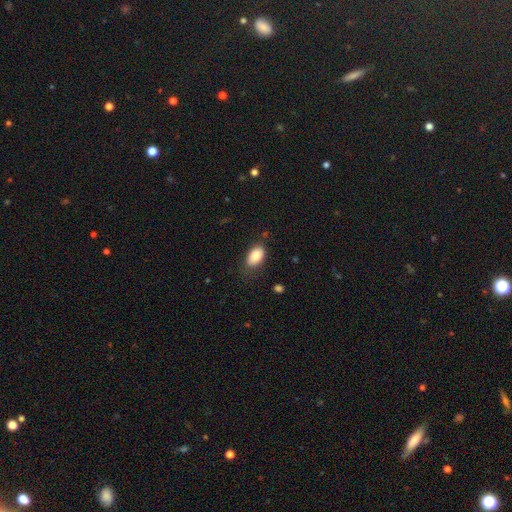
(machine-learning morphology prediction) smooth_or_featured: smooth (p=0.84) [alt: featured or disk p=0.08]
how_rounded: in between (p=0.91) [alt: round p=0.07]
merging: none (p=0.72) [alt: minor disturbance p=0.21]